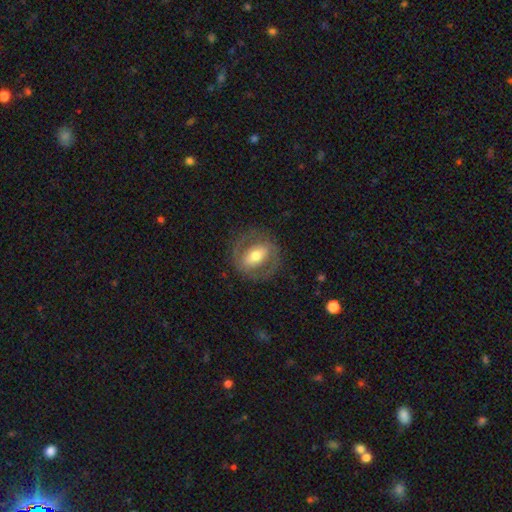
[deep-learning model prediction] Smooth or featured: featured or disk — 63% (smooth — 31%)
Edge-on disk: no — 92% (yes — 8%)
Bar: strong — 42% (weak — 33%)
Spiral arms: yes — 51% (no — 49%)
Bulge size: moderate — 68% (small — 15%)
Merging: none — 77% (minor disturbance — 13%)